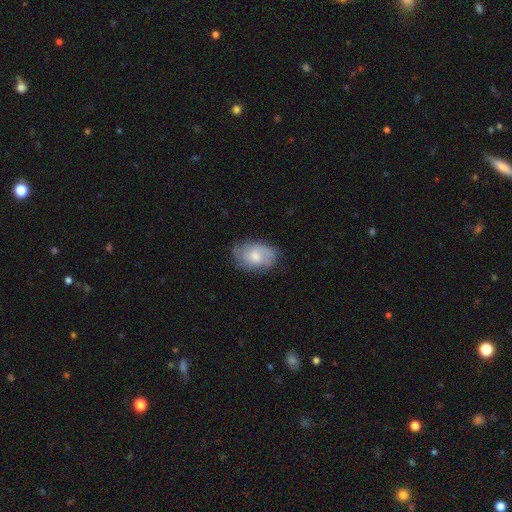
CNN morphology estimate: type=smooth (51%); roundness=in between (85%); merging=none (70%).